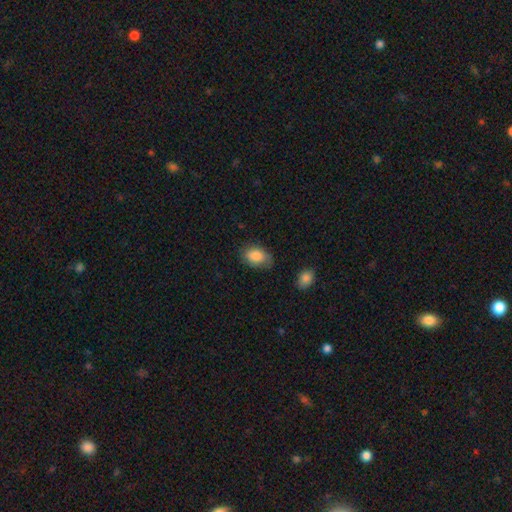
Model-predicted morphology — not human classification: Smooth or featured: smooth — 85% (featured or disk — 8%)
How rounded: in between — 85% (round — 14%)
Merging: none — 66% (minor disturbance — 25%)